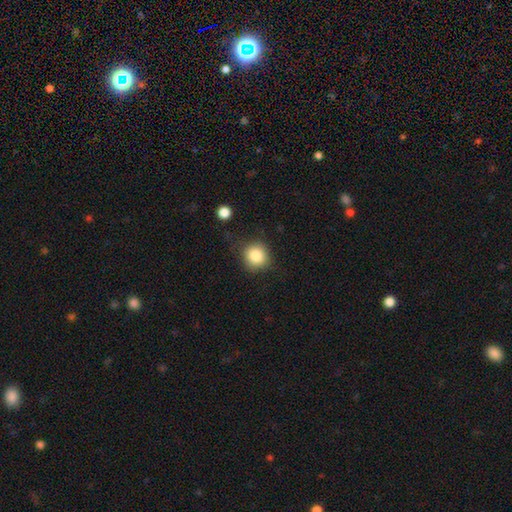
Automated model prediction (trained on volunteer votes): Smooth or featured?
  - smooth: 85% *
  - star or artifact: 10%
  - featured or disk: 6%
How rounded?
  - round: 89% *
  - in between: 10%
  - cigar-shaped: 1%
Merging?
  - none: 81% *
  - minor disturbance: 13%
  - major disturbance: 4%
  - merger: 2%